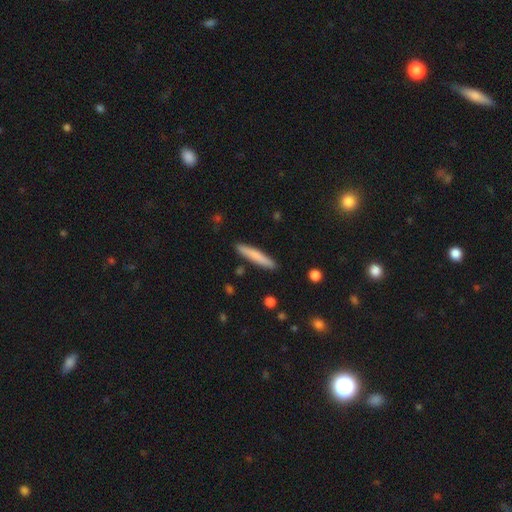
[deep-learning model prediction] Q: Smooth or featured?
A: smooth (77%); runner-up: featured or disk (18%)
Q: How rounded?
A: cigar-shaped (93%); runner-up: in between (6%)
Q: Merging?
A: none (89%); runner-up: minor disturbance (8%)